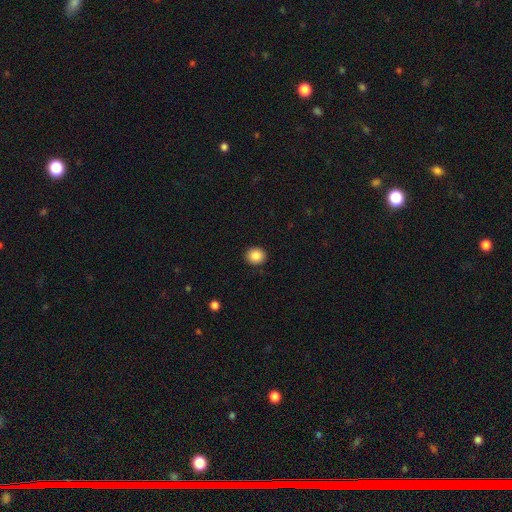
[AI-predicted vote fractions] A smooth galaxy with no disk features (87%) that is round (82%).

Vote fractions:
- Smooth or featured? smooth: 87% / star or artifact: 9% / featured or disk: 4%
- How rounded? round: 82% / in between: 17% / cigar-shaped: 1%
- Merging? none: 92% / minor disturbance: 6% / major disturbance: 2% / merger: 1%